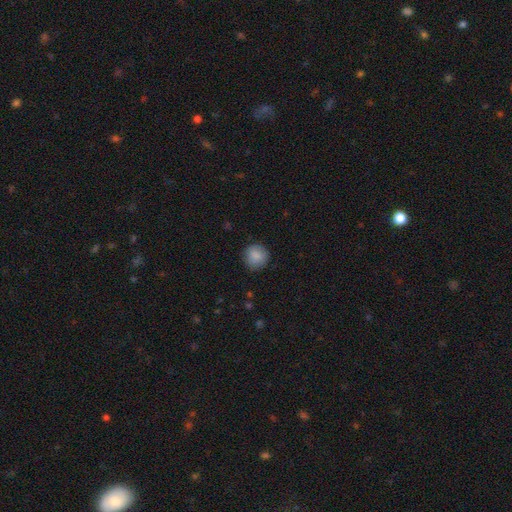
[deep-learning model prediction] smooth 86%, star or artifact 8%, featured or disk 6%. Down the decision tree: how rounded — round (92%); merging — none (86%).